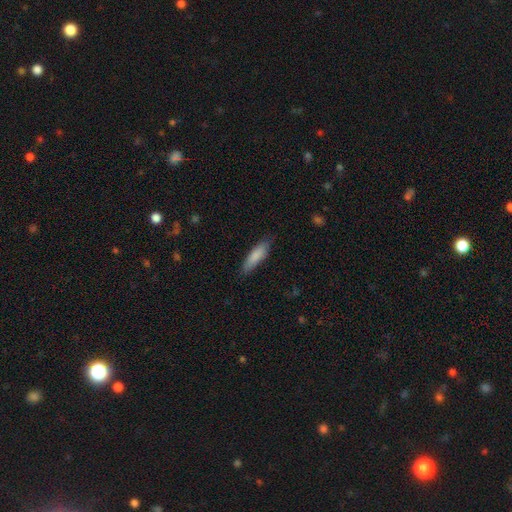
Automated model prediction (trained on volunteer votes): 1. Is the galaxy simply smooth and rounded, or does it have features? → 84% smooth, 10% featured or disk, 5% star or artifact.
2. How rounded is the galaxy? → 60% cigar-shaped, 39% in between, 1% round.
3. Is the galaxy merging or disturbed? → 81% none, 15% minor disturbance, 3% major disturbance, 1% merger.